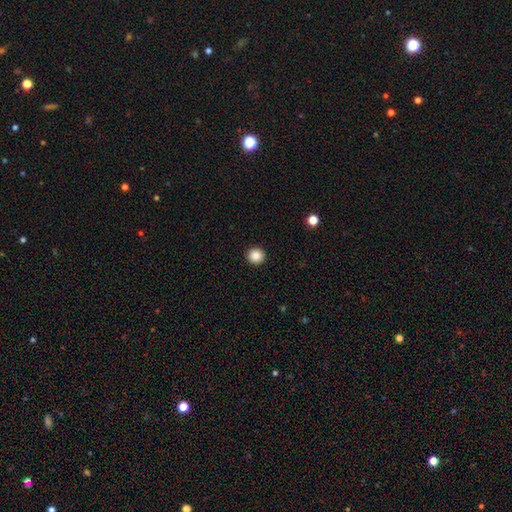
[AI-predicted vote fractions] smooth_or_featured: smooth (p=0.86) [alt: star or artifact p=0.10]
how_rounded: round (p=0.96) [alt: in between p=0.03]
merging: none (p=0.94) [alt: minor disturbance p=0.04]